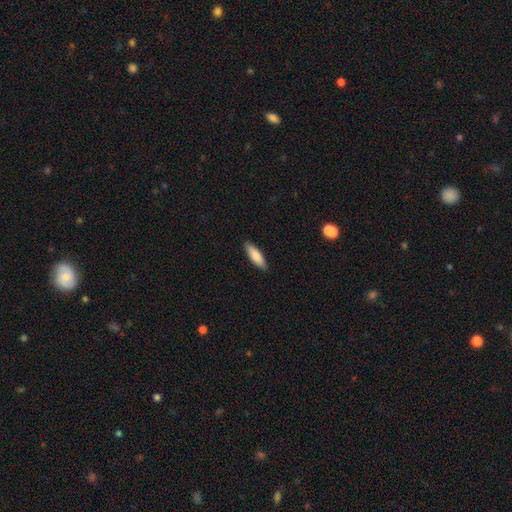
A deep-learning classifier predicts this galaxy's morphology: Smooth or featured?
  - smooth: 84% *
  - featured or disk: 11%
  - star or artifact: 6%
How rounded?
  - in between: 50% *
  - cigar-shaped: 48%
  - round: 2%
Merging?
  - none: 89% *
  - minor disturbance: 9%
  - major disturbance: 2%
  - merger: 1%